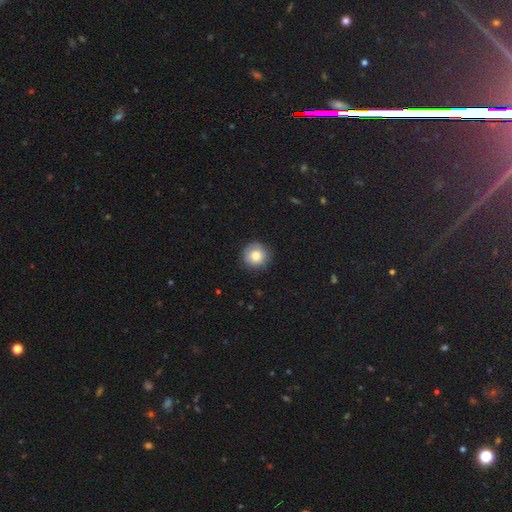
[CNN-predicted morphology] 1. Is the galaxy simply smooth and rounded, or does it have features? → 79% smooth, 12% featured or disk, 8% star or artifact.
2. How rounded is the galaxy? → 94% round, 5% in between, 1% cigar-shaped.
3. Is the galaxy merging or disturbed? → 83% none, 13% minor disturbance, 3% major disturbance, 1% merger.